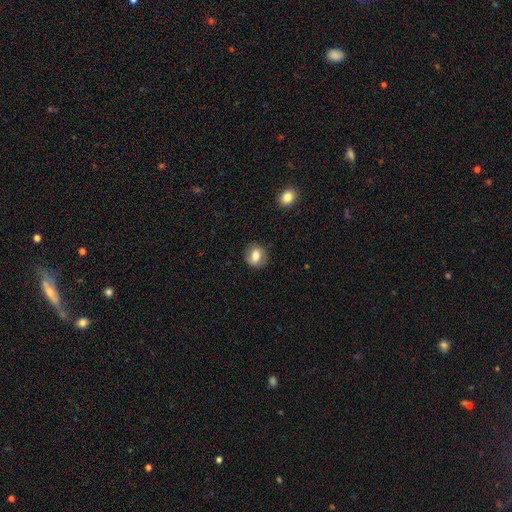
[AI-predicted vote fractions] smooth_or_featured: smooth (p=0.73) [alt: featured or disk p=0.17]
how_rounded: round (p=0.61) [alt: in between p=0.37]
merging: none (p=0.84) [alt: minor disturbance p=0.11]